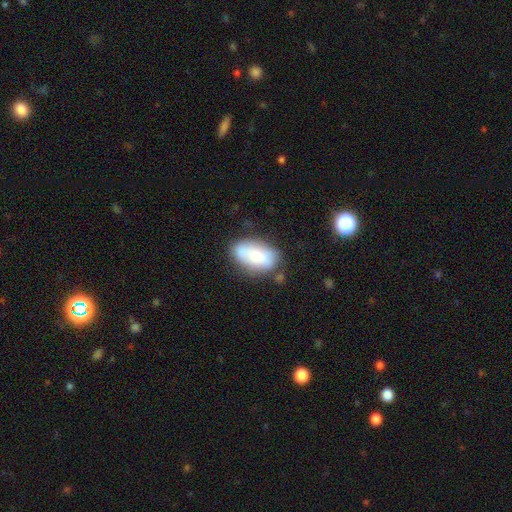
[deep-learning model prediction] A smooth galaxy with no disk features (72%) that is in between round and cigar-shaped (91%).

Vote fractions:
- Smooth or featured? smooth: 72% / featured or disk: 21% / star or artifact: 7%
- How rounded? in between: 91% / round: 5% / cigar-shaped: 3%
- Merging? none: 60% / minor disturbance: 23% / merger: 10% / major disturbance: 7%